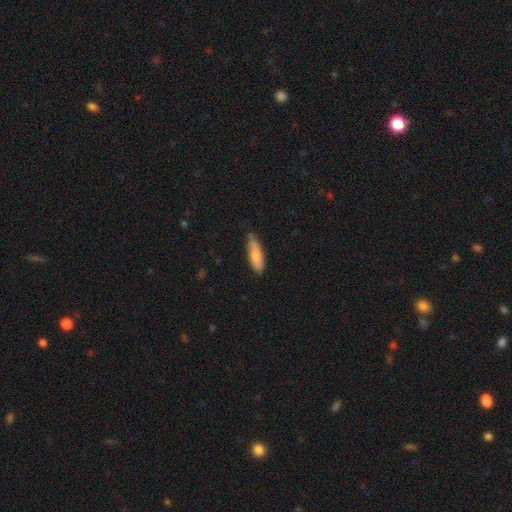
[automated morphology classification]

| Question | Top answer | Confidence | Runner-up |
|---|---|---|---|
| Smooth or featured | smooth | 78% | featured or disk (16%) |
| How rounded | in between | 53% | cigar-shaped (46%) |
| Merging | none | 62% | minor disturbance (31%) |